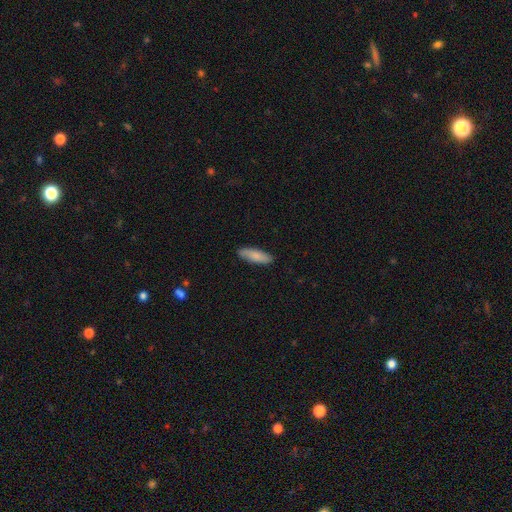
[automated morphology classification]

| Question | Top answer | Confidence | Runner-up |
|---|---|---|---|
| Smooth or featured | smooth | 82% | featured or disk (12%) |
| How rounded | cigar-shaped | 51% | in between (47%) |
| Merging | none | 87% | minor disturbance (10%) |